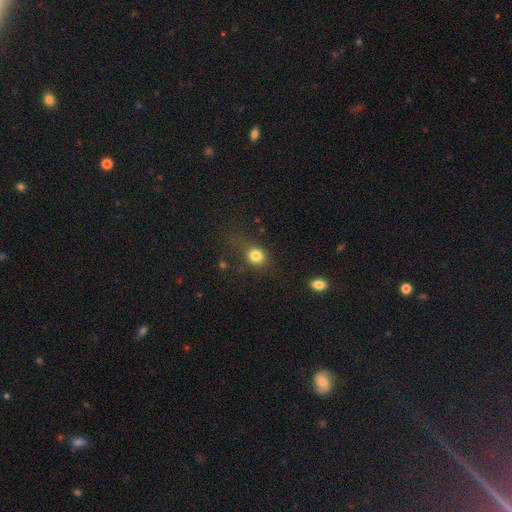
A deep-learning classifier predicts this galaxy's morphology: This is clearly a smooth galaxy (81%). How rounded: likely round (65%). Merging: likely none (64%).